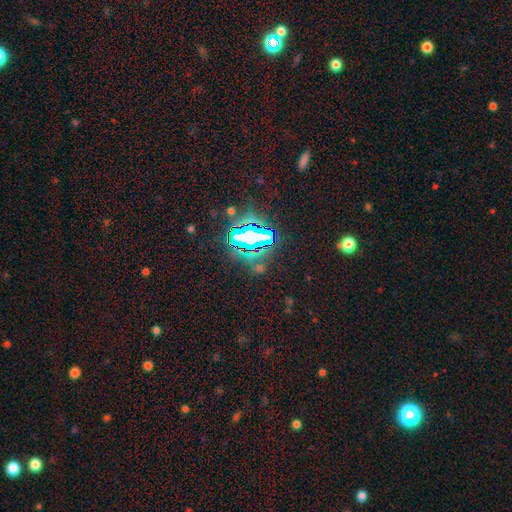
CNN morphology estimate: Q: Smooth or featured?
A: star or artifact (82%); runner-up: smooth (11%)